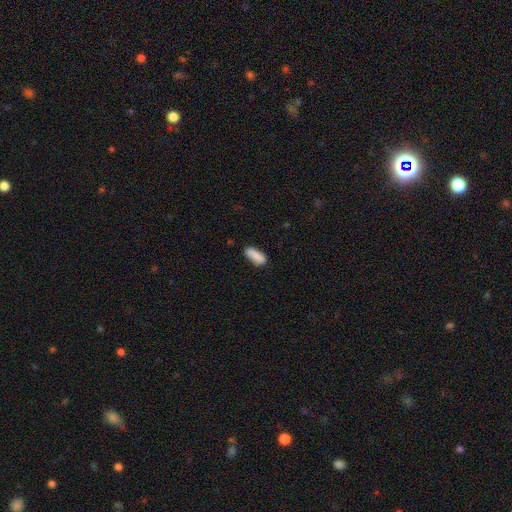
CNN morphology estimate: Smooth or featured? smooth (84%)
How rounded? in between (72%)
Merging? none (76%)